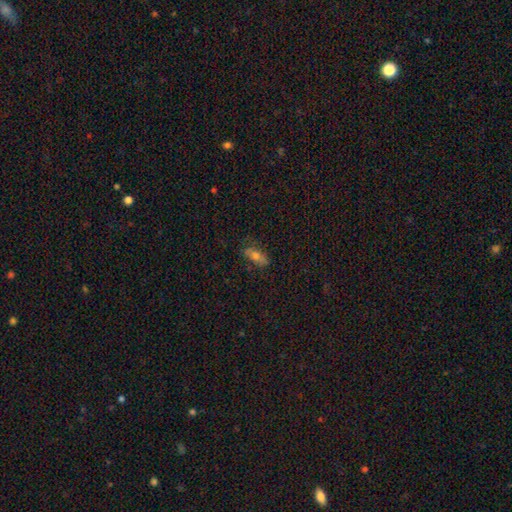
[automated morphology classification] Q: Smooth or featured?
A: smooth (62%); runner-up: featured or disk (26%)
Q: How rounded?
A: in between (69%); runner-up: cigar-shaped (26%)
Q: Merging?
A: none (77%); runner-up: minor disturbance (17%)